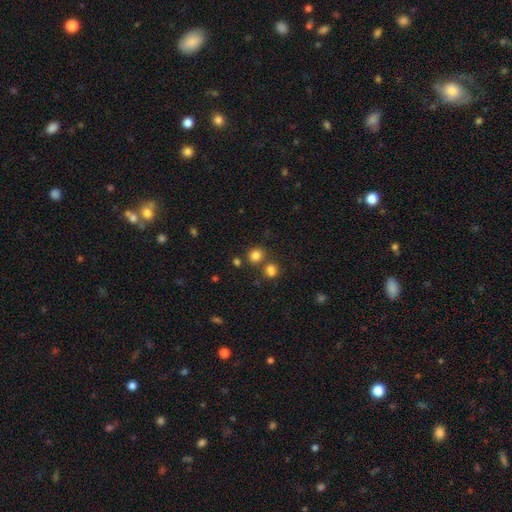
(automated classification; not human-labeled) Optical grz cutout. It shows a smooth galaxy with no disk features (81%) that is round (81%). Merging: none (68%).